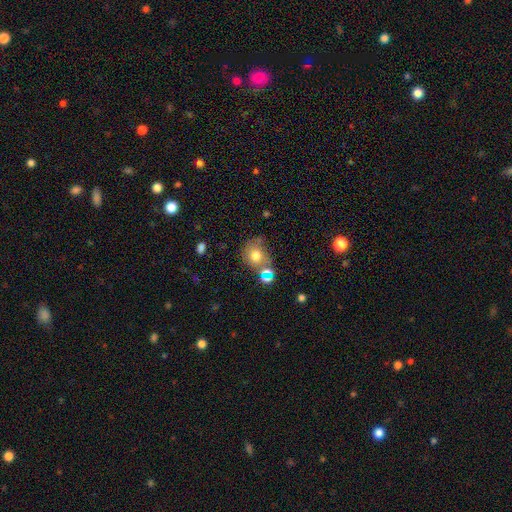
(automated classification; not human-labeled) A smooth galaxy with no disk features (70%) that is round (65%). Merging: none (49%).